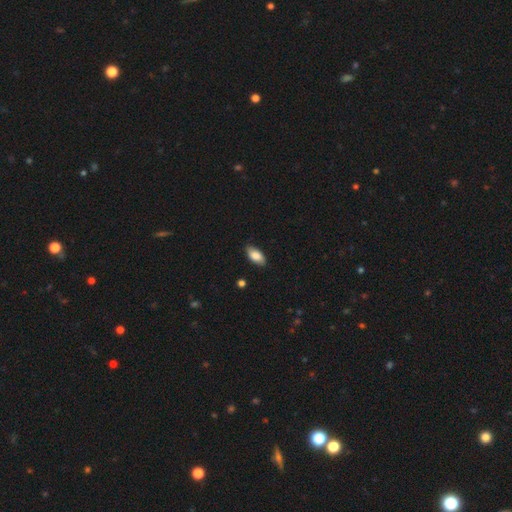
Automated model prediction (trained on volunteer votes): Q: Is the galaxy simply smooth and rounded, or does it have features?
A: smooth — 84%.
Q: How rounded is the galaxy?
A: in between — 92%.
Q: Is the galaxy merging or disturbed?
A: none — 85%.